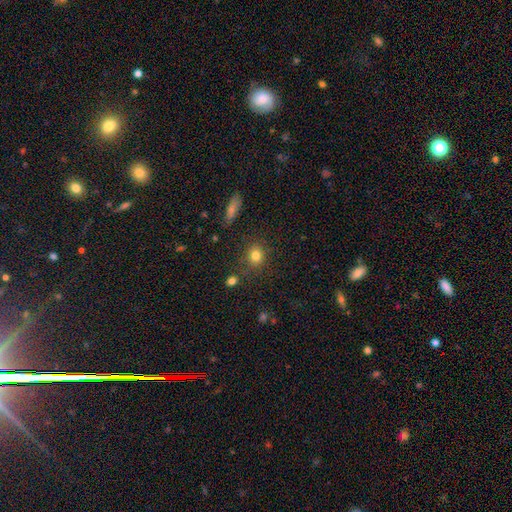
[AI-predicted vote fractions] The model was most divided on "how rounded": round: 77%, in between: 21%, cigar-shaped: 1%. More confident: merging — none (82%); smooth or featured — smooth (82%).